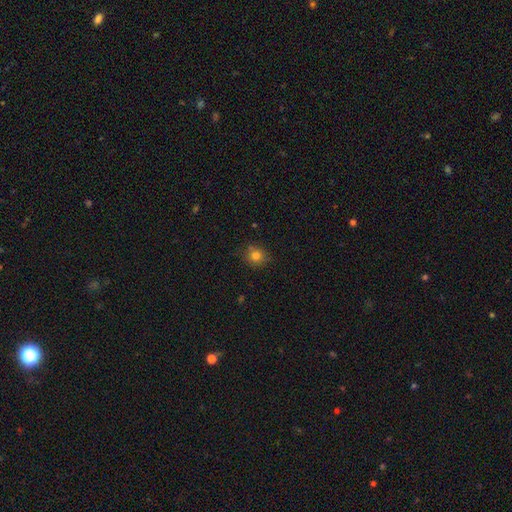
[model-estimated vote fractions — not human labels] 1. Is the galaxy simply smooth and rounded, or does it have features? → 79% smooth, 13% star or artifact, 7% featured or disk.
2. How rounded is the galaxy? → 84% round, 15% in between, 1% cigar-shaped.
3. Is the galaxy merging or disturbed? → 81% none, 14% minor disturbance, 3% major disturbance, 2% merger.